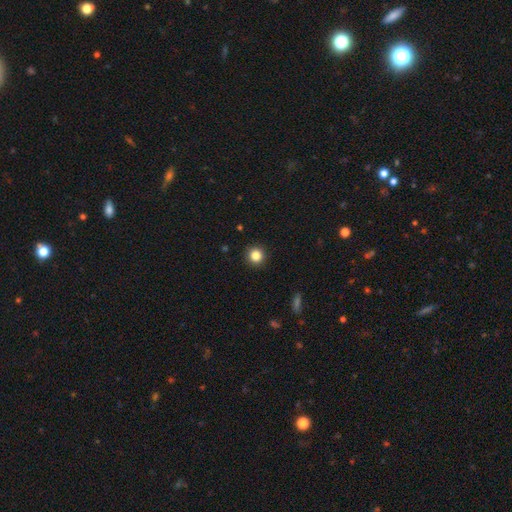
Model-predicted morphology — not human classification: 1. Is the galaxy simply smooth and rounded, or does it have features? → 84% smooth, 11% star or artifact, 5% featured or disk.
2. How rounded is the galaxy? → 95% round, 4% in between, 1% cigar-shaped.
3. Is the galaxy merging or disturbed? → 93% none, 5% minor disturbance, 2% major disturbance, 1% merger.